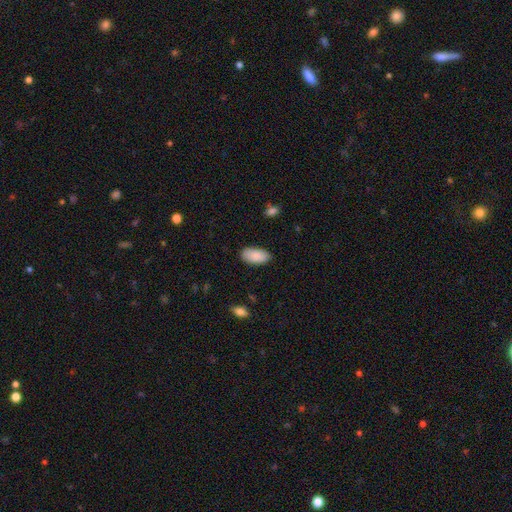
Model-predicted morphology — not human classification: smooth_or_featured: smooth (p=0.88) [alt: star or artifact p=0.06]
how_rounded: in between (p=0.95) [alt: cigar-shaped p=0.03]
merging: none (p=0.85) [alt: minor disturbance p=0.11]